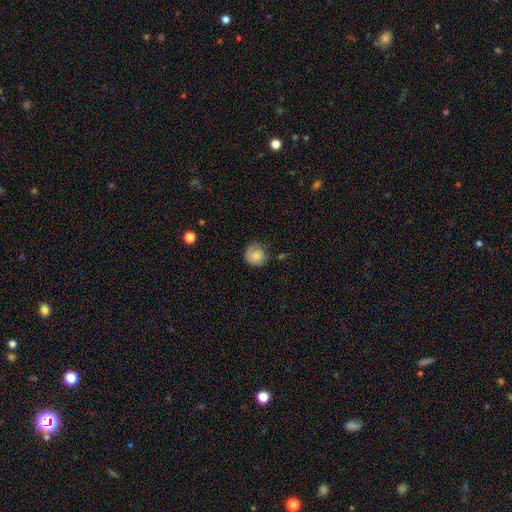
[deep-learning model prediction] smooth_or_featured: smooth (p=0.79) [alt: featured or disk p=0.13]
how_rounded: round (p=0.89) [alt: in between p=0.10]
merging: none (p=0.64) [alt: minor disturbance p=0.25]